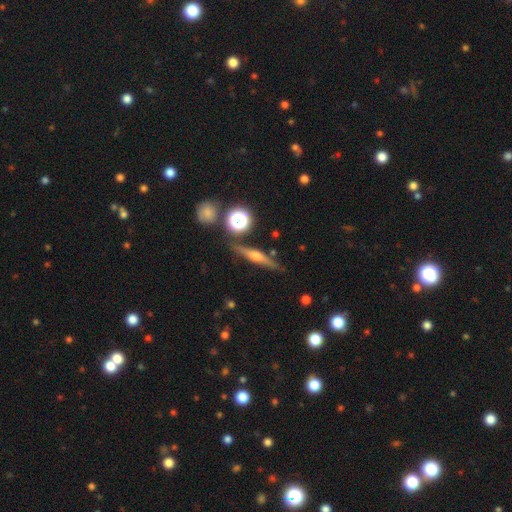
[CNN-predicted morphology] Smooth or featured? Predicted: featured or disk (p=0.70). Edge-on disk? Predicted: yes (p=0.96). Edge-on bulge? Predicted: rounded (p=0.88). Merging? Predicted: none (p=0.87).